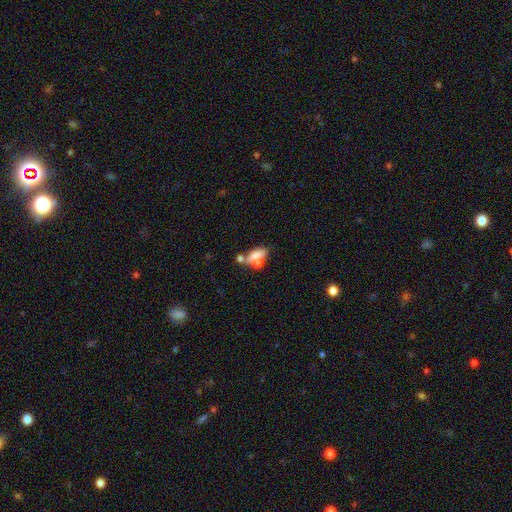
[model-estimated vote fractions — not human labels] Overall: smooth (62%; featured or disk 27%). How rounded: in between (72%). Merging: merger (41%; none 33%).